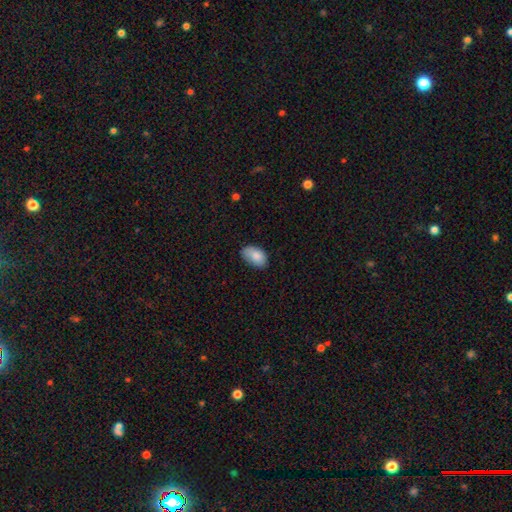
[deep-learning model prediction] A smooth galaxy with no disk features (86%) that is in between round and cigar-shaped (92%).

Vote fractions:
- Smooth or featured? smooth: 86% / star or artifact: 7% / featured or disk: 7%
- How rounded? in between: 92% / round: 7% / cigar-shaped: 1%
- Merging? none: 69% / minor disturbance: 25% / major disturbance: 4% / merger: 1%